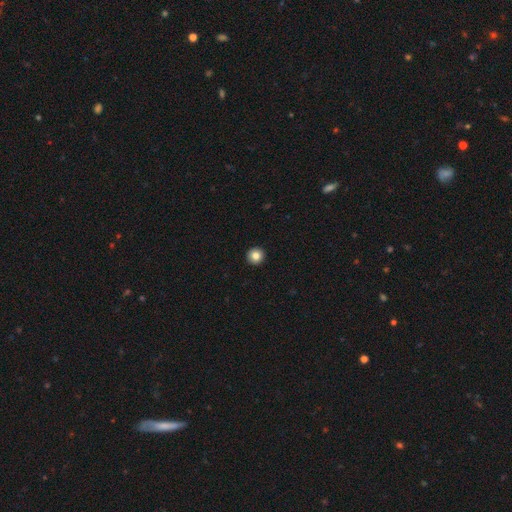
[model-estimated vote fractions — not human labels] smooth_or_featured: smooth (p=0.83) [alt: star or artifact p=0.10]
how_rounded: round (p=0.96) [alt: in between p=0.04]
merging: none (p=0.94) [alt: minor disturbance p=0.04]